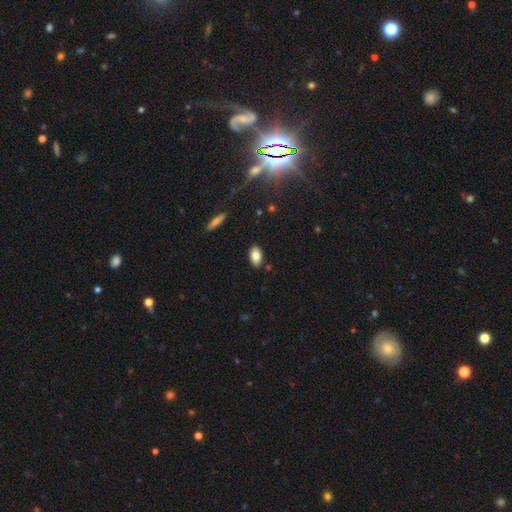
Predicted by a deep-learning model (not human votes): Q: Smooth or featured?
A: smooth (83%); runner-up: featured or disk (9%)
Q: How rounded?
A: in between (92%); runner-up: round (5%)
Q: Merging?
A: none (87%); runner-up: minor disturbance (9%)